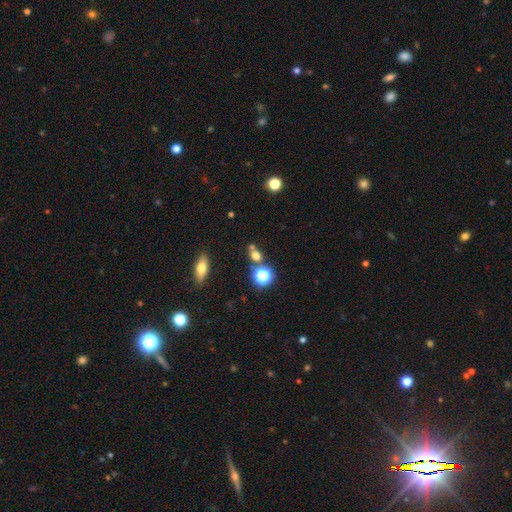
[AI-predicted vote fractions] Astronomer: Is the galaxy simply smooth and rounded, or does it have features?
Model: smooth — 63%.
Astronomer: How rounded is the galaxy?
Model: round — 65%.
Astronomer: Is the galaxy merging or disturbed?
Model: none — 56%.